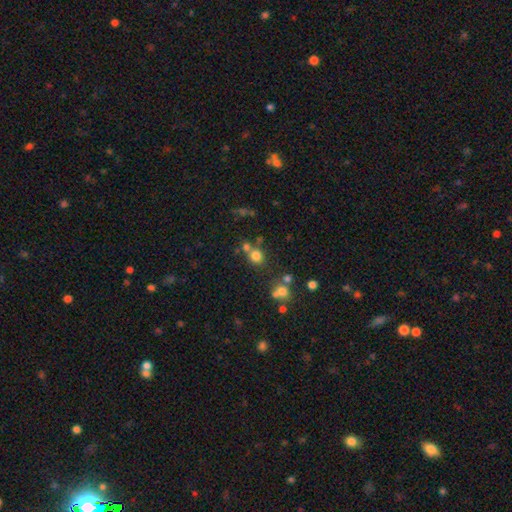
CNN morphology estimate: Q: Smooth or featured?
A: smooth (76%); runner-up: star or artifact (16%)
Q: How rounded?
A: round (85%); runner-up: in between (14%)
Q: Merging?
A: none (64%); runner-up: merger (22%)